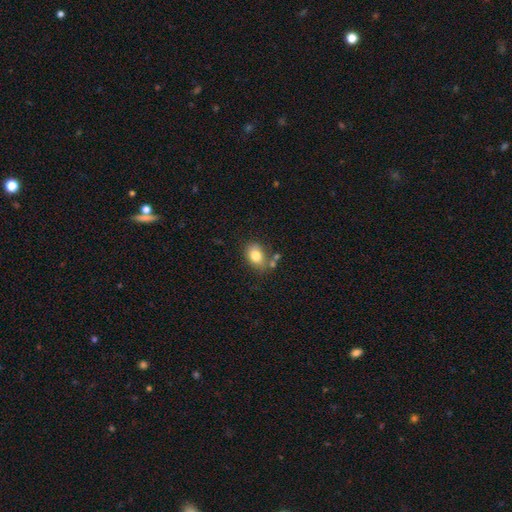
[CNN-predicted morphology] type=smooth (80%); roundness=in between (74%); merging=none (66%).